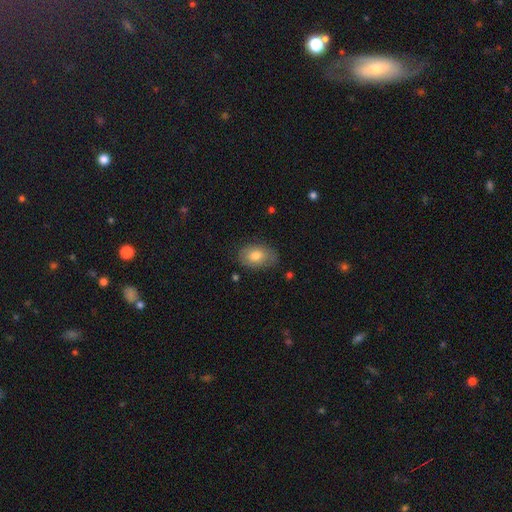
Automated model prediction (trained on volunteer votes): Smooth or featured: smooth — 78% (featured or disk — 15%)
How rounded: in between — 85% (round — 14%)
Merging: none — 77% (minor disturbance — 18%)